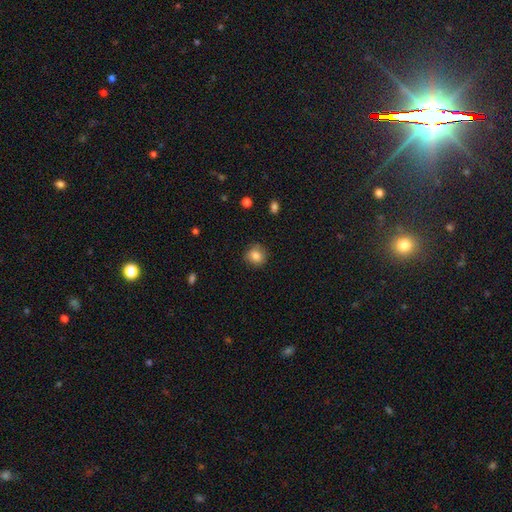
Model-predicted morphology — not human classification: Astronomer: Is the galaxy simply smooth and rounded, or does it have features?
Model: smooth — 83%.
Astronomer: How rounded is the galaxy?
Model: round — 85%.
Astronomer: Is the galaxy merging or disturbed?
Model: none — 82%.